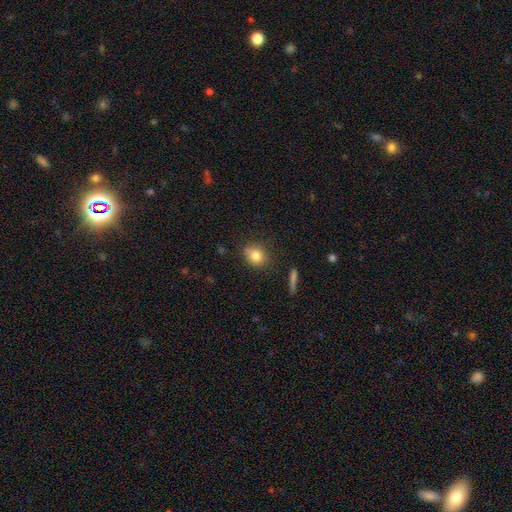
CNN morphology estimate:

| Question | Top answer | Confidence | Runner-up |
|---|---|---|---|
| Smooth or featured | smooth | 82% | star or artifact (10%) |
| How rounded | round | 57% | in between (41%) |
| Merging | none | 77% | minor disturbance (17%) |